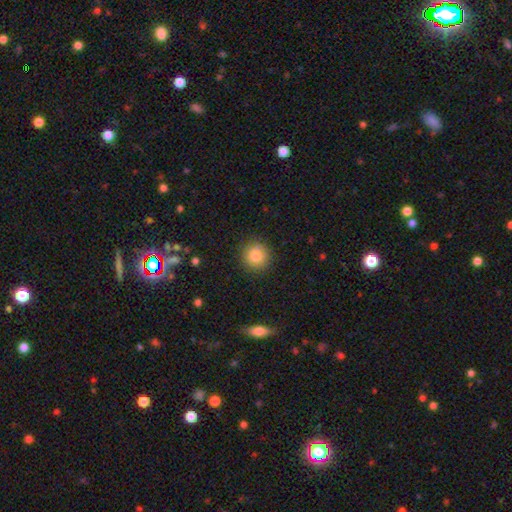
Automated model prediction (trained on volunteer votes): smooth 83%, star or artifact 10%, featured or disk 7%. Down the decision tree: how rounded — round (93%); merging — none (89%).